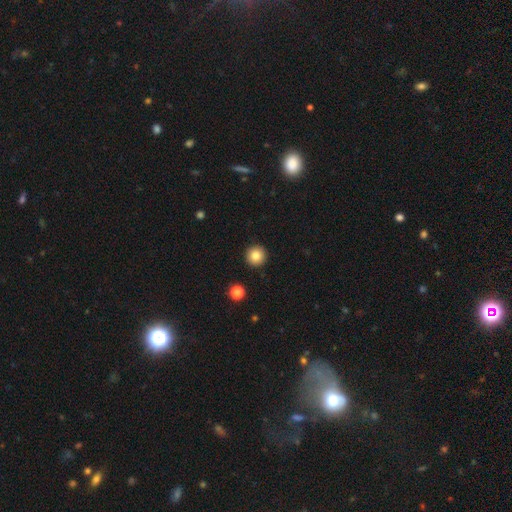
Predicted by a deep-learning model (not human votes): The model was most divided on "smooth or featured": smooth: 83%, star or artifact: 10%, featured or disk: 7%. More confident: how rounded — round (96%); merging — none (93%).